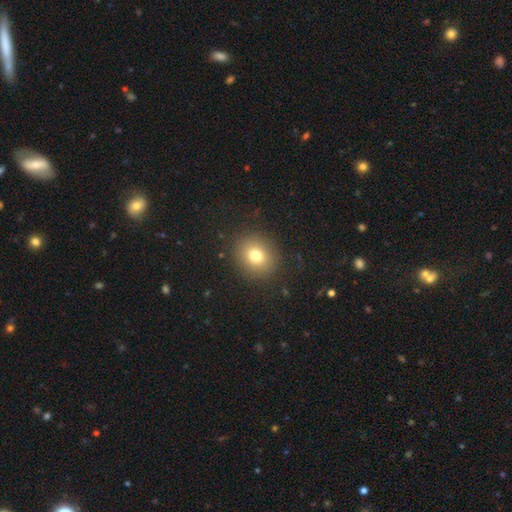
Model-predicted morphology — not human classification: This appears to be a smooth galaxy with no disk features (76%) that is round (76%). Merging: none (88%).